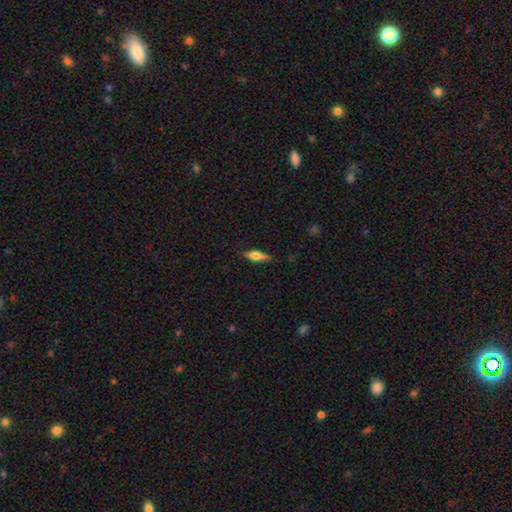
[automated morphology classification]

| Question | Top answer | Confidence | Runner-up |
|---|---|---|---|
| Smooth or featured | featured or disk | 48% | smooth (45%) |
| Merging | none | 85% | minor disturbance (11%) |